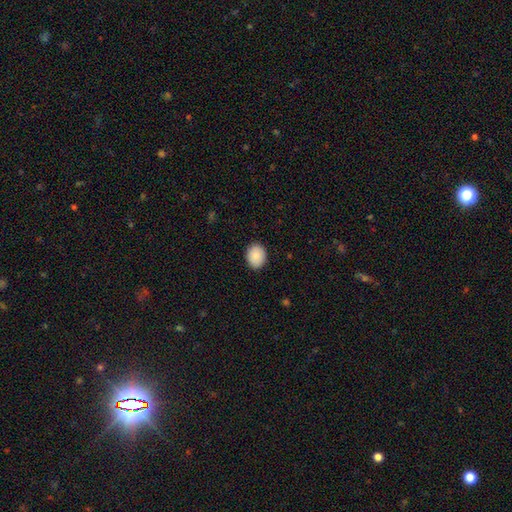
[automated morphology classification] Overall: smooth (89%). How rounded: in between (51%; round 49%). Merging: none (89%).